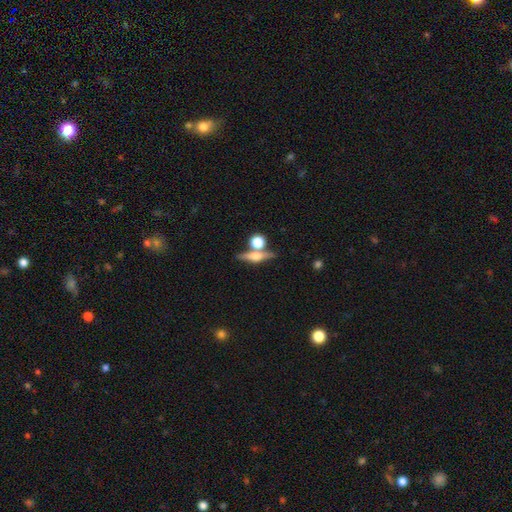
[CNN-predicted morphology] smooth-or-featured: featured or disk: 58% | smooth: 32% | star or artifact: 10%
  disk-edge-on: yes: 93% | no: 7%
    edge-on-bulge: rounded: 90% | boxy: 7% | none: 4%
  merging: none: 68% | merger: 19% | minor disturbance: 10% | major disturbance: 4%